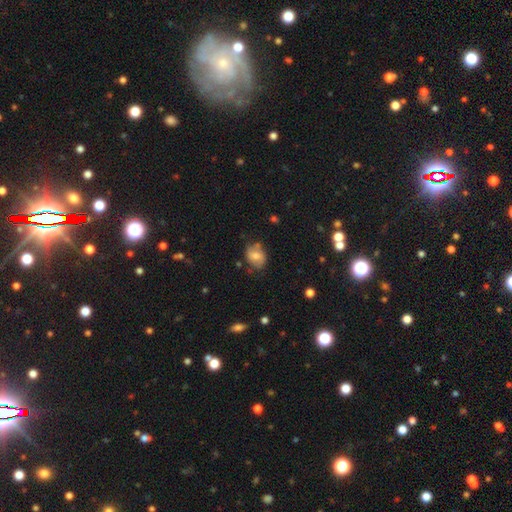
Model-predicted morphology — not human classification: This appears to be a smooth galaxy with no disk features (59%) that is in between round and cigar-shaped (59%). Merging: none (63%).